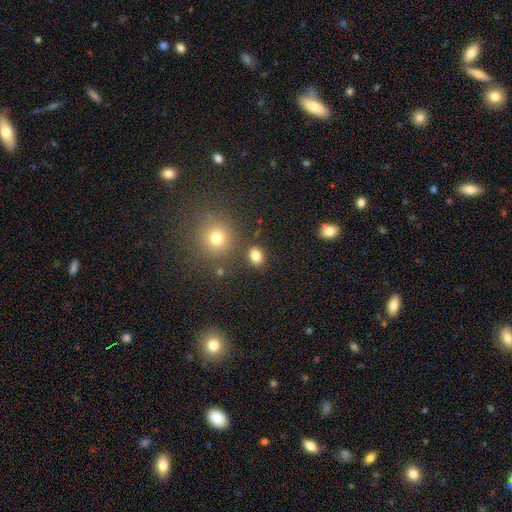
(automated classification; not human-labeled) A smooth galaxy with no disk features (81%) that is round (58%). Merging: none (82%).